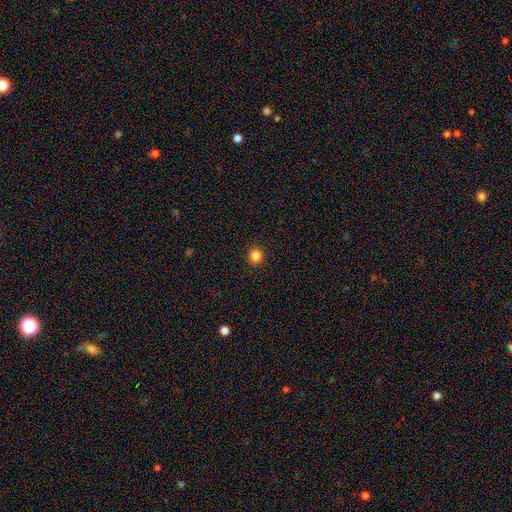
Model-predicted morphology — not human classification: Q: Smooth or featured?
A: smooth (84%); runner-up: star or artifact (12%)
Q: How rounded?
A: round (89%); runner-up: in between (10%)
Q: Merging?
A: none (92%); runner-up: minor disturbance (5%)